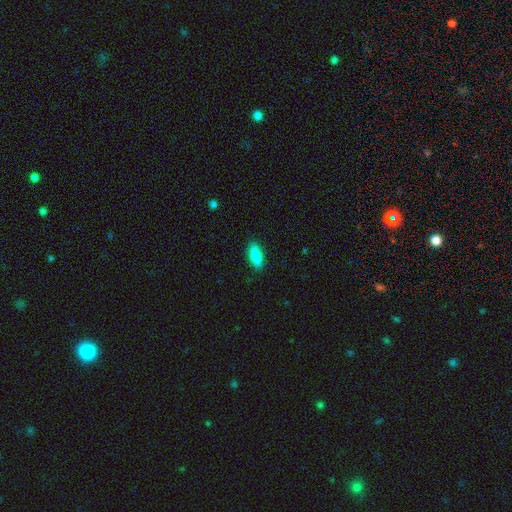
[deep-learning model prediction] Smooth or featured? Predicted: smooth (p=0.86). How rounded? Predicted: in between (p=0.81). Merging? Predicted: none (p=0.88).